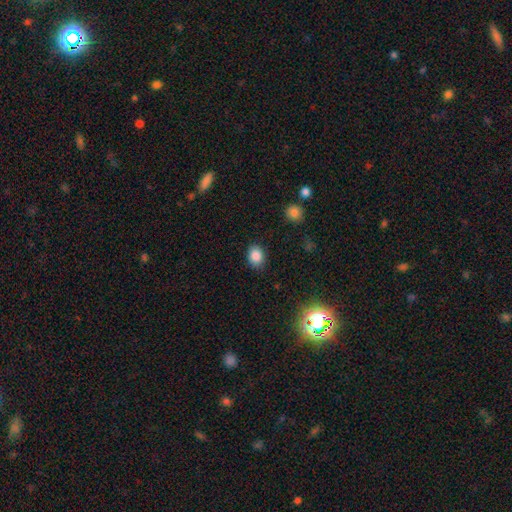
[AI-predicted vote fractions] Smooth or featured?
  - smooth: 86% *
  - star or artifact: 10%
  - featured or disk: 4%
How rounded?
  - in between: 54% *
  - round: 45%
  - cigar-shaped: 1%
Merging?
  - none: 86% *
  - minor disturbance: 10%
  - major disturbance: 3%
  - merger: 1%